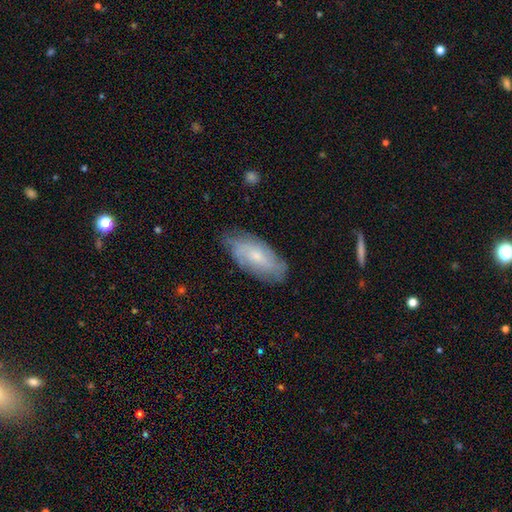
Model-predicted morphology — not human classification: Q: Smooth or featured?
A: featured or disk (47%); runner-up: smooth (45%)
Q: Merging?
A: none (73%); runner-up: minor disturbance (21%)